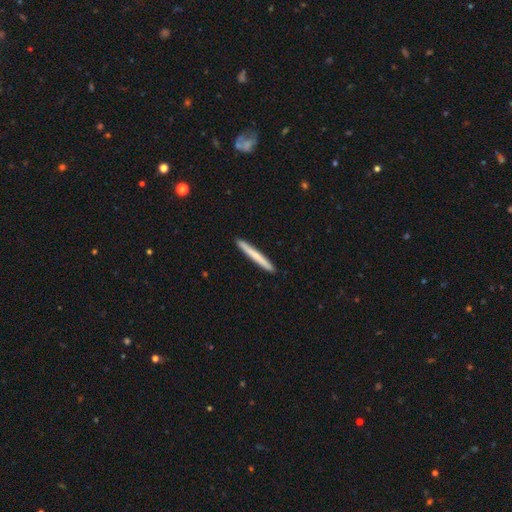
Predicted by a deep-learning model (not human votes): Smooth or featured: smooth — 67% (featured or disk — 28%)
How rounded: cigar-shaped — 97% (in between — 2%)
Merging: none — 93% (minor disturbance — 5%)